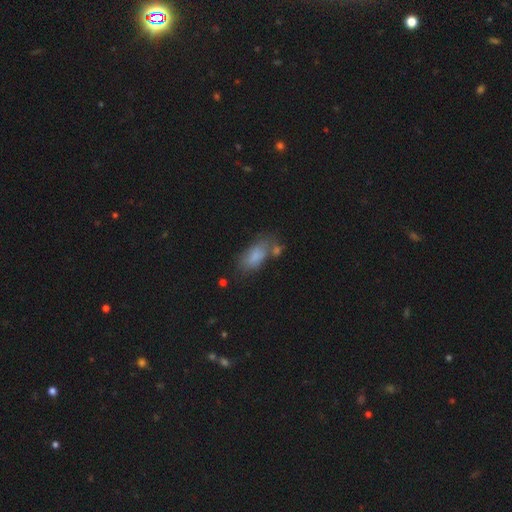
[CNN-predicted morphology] type=smooth (80%); roundness=in between (85%); merging=none (55%).